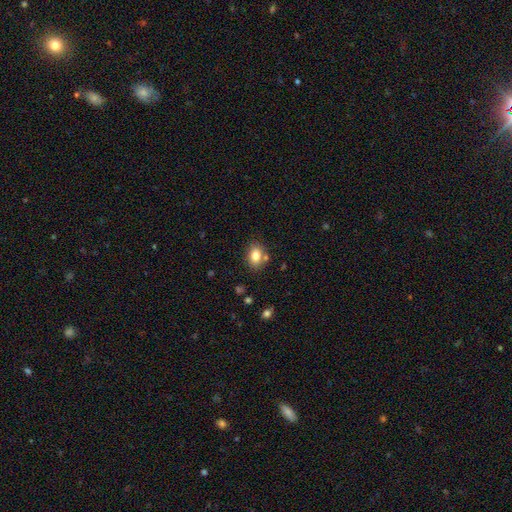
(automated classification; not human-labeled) Smooth or featured: smooth — 81% (star or artifact — 10%)
How rounded: in between — 73% (round — 25%)
Merging: none — 77% (minor disturbance — 12%)